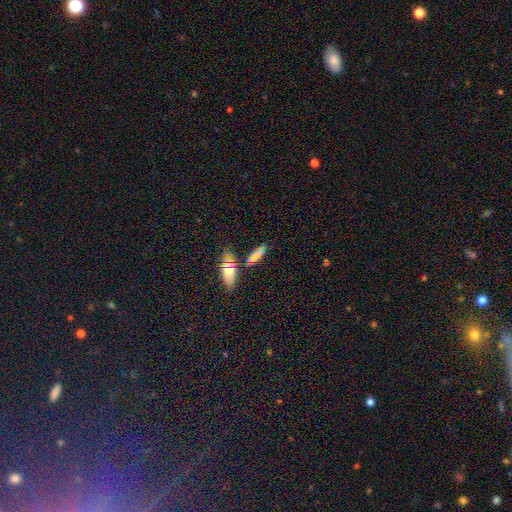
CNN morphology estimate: Smooth or featured? Predicted: smooth (p=0.64). How rounded? Predicted: in between (p=0.64). Merging? Predicted: none (p=0.78).